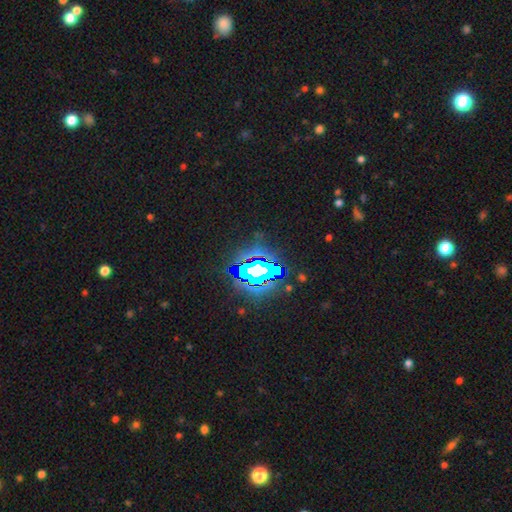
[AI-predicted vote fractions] The model was most divided on "smooth or featured": star or artifact: 76%, featured or disk: 12%, smooth: 12%.